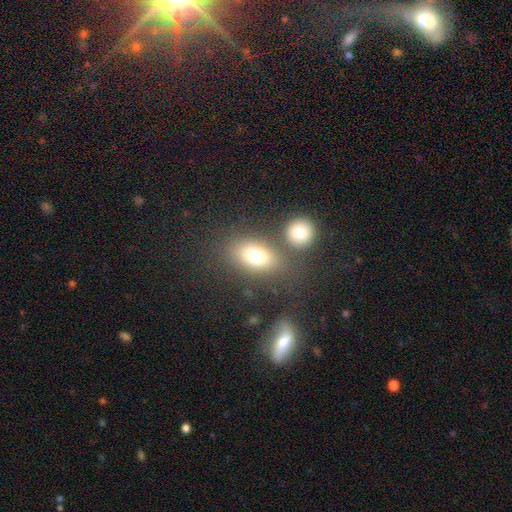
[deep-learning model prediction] A smooth galaxy with no disk features (74%) that is in between round and cigar-shaped (75%). Merging: none (66%).